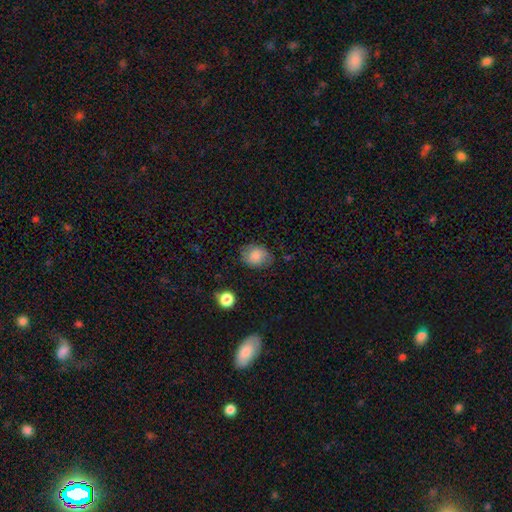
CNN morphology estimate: type=smooth (80%); roundness=in between (52%); merging=none (72%).